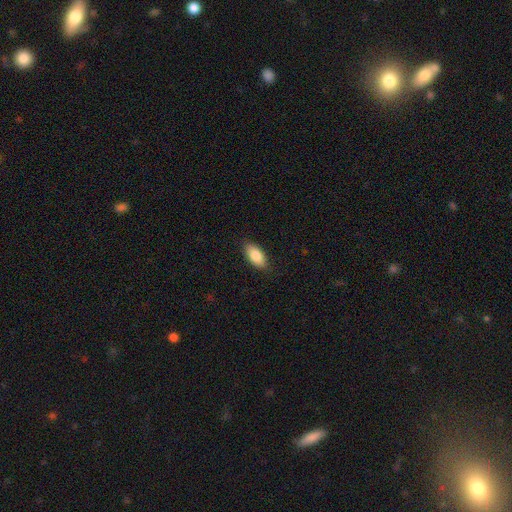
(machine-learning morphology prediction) Overall: smooth (86%). How rounded: in between (90%). Merging: none (86%).